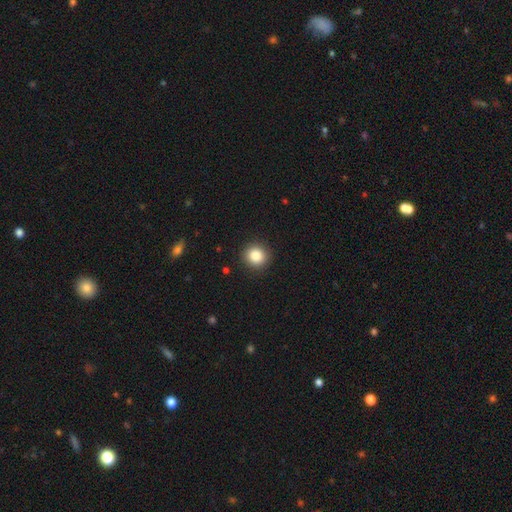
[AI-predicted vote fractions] smooth_or_featured: smooth (p=0.85) [alt: star or artifact p=0.10]
how_rounded: round (p=0.91) [alt: in between p=0.08]
merging: none (p=0.91) [alt: minor disturbance p=0.06]